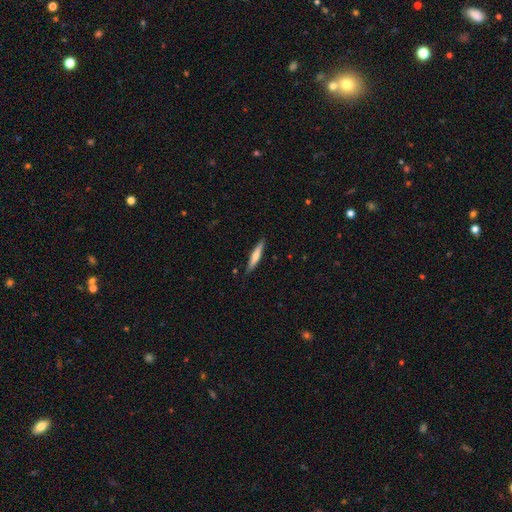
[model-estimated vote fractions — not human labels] Overall: smooth (58%; featured or disk 36%). How rounded: cigar-shaped (90%). Merging: none (87%).